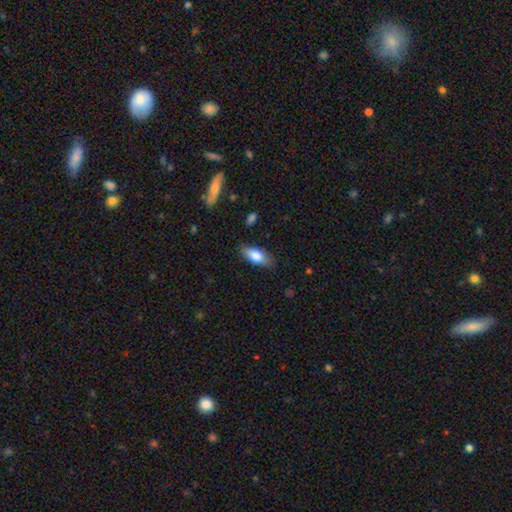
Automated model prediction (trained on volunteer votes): A smooth galaxy with no disk features (78%) that is in between round and cigar-shaped (81%).

Vote fractions:
- Smooth or featured? smooth: 78% / featured or disk: 15% / star or artifact: 6%
- How rounded? in between: 81% / cigar-shaped: 17% / round: 2%
- Merging? none: 82% / minor disturbance: 13% / major disturbance: 3% / merger: 1%